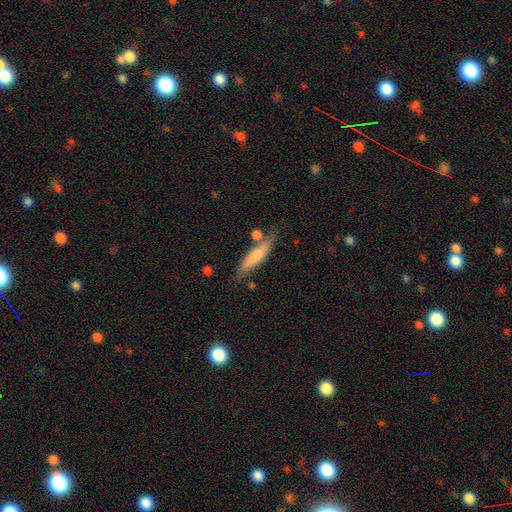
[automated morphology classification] This appears to be a smooth galaxy with no disk features (66%) that is cigar-shaped (81%). Merging: none (67%).